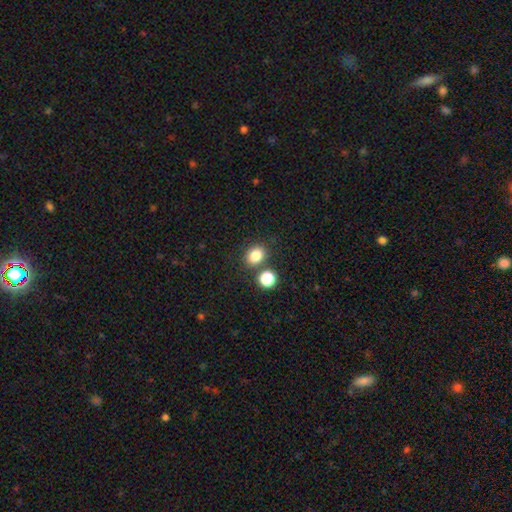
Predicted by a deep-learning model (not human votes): Q: Smooth or featured?
A: smooth (82%); runner-up: star or artifact (12%)
Q: How rounded?
A: in between (52%); runner-up: round (47%)
Q: Merging?
A: none (77%); runner-up: merger (11%)